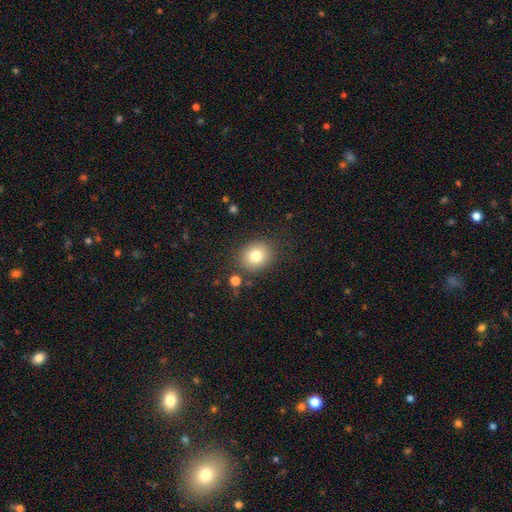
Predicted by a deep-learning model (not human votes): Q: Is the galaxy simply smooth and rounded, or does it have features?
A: smooth — 80%.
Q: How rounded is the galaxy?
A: round — 68%.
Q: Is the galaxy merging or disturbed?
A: none — 83%.